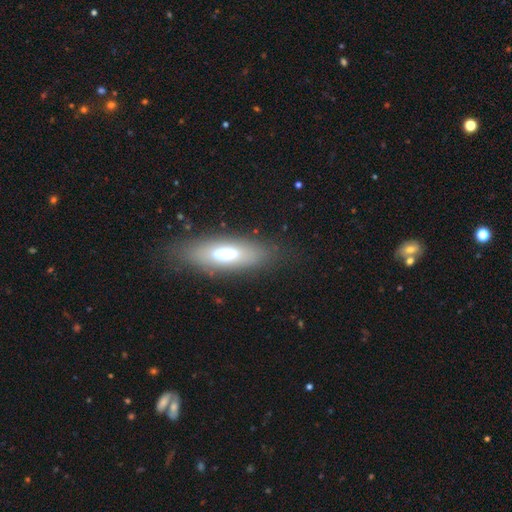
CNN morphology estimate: Q: Smooth or featured?
A: smooth (59%); runner-up: featured or disk (30%)
Q: How rounded?
A: in between (64%); runner-up: cigar-shaped (33%)
Q: Merging?
A: none (80%); runner-up: minor disturbance (13%)